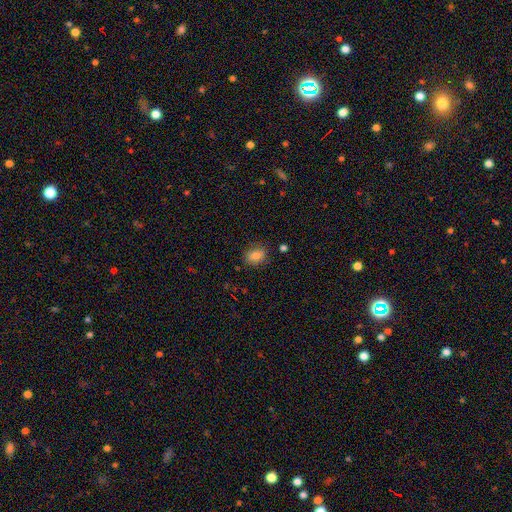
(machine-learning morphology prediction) A smooth galaxy with no disk features (81%) that is in between round and cigar-shaped (60%).

Vote fractions:
- Smooth or featured? smooth: 81% / star or artifact: 10% / featured or disk: 9%
- How rounded? in between: 60% / round: 39% / cigar-shaped: 1%
- Merging? none: 77% / minor disturbance: 17% / major disturbance: 4% / merger: 2%